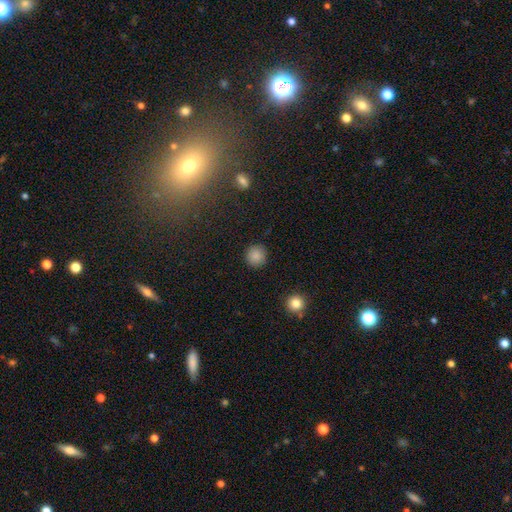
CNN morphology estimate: Q: Smooth or featured?
A: smooth (86%); runner-up: star or artifact (10%)
Q: How rounded?
A: round (94%); runner-up: in between (5%)
Q: Merging?
A: none (90%); runner-up: minor disturbance (7%)